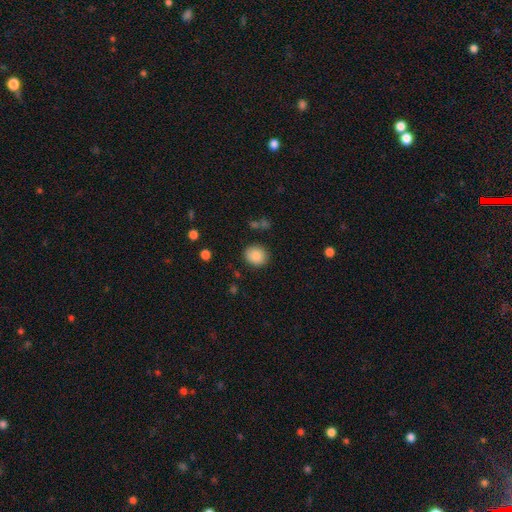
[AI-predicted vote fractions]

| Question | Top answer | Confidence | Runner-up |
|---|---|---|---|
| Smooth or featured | smooth | 87% | star or artifact (8%) |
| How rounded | round | 75% | in between (24%) |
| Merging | none | 86% | minor disturbance (9%) |